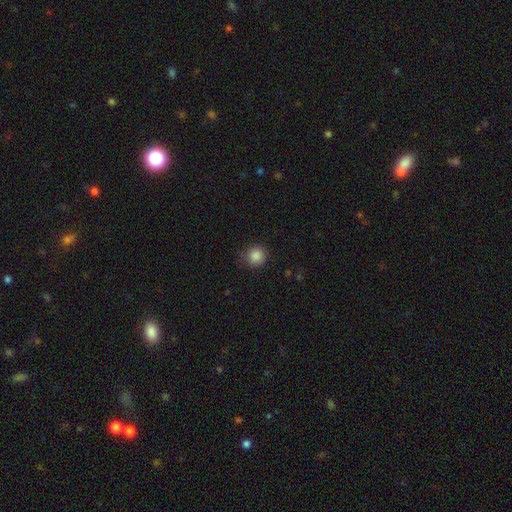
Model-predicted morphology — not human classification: Overall: smooth (86%). How rounded: round (89%). Merging: none (81%).